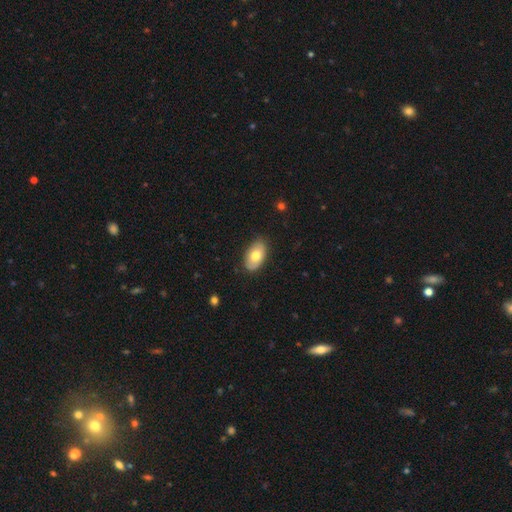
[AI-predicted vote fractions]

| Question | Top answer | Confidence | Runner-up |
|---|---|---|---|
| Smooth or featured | smooth | 72% | featured or disk (22%) |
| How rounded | in between | 93% | round (5%) |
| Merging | none | 81% | minor disturbance (15%) |